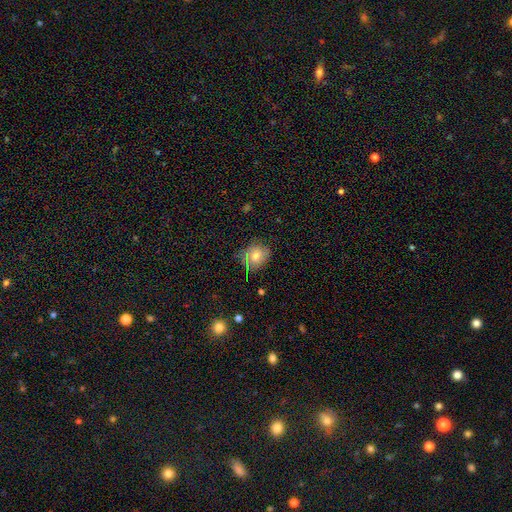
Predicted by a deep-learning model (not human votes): A smooth galaxy with no disk features (65%) that is round (74%). Merging: none (72%).